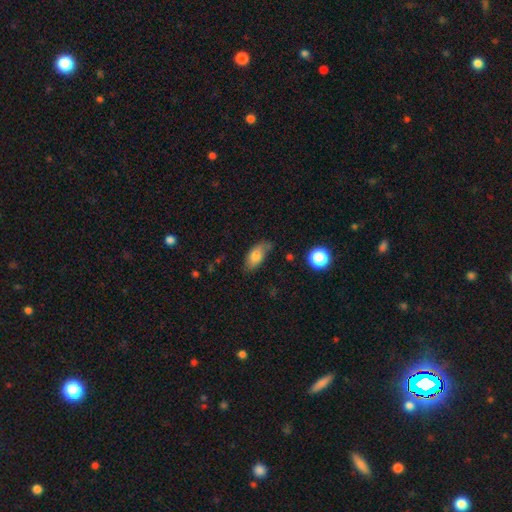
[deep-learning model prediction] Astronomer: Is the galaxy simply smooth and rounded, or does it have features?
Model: smooth — 77%.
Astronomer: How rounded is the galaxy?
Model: in between — 88%.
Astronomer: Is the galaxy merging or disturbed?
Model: none — 61%.